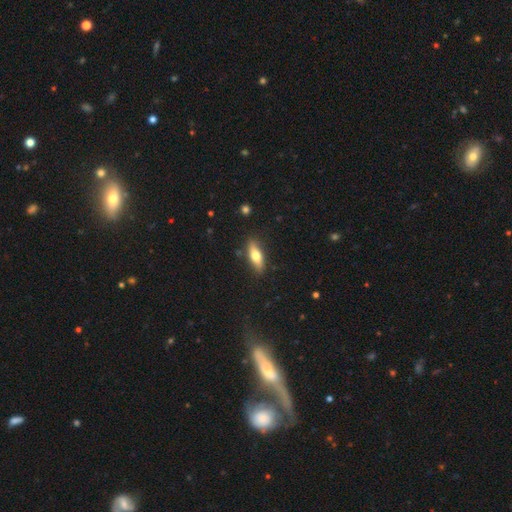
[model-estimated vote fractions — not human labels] This is likely a smooth galaxy (66%). How rounded: possibly in between (60%). Merging: clearly none (83%).